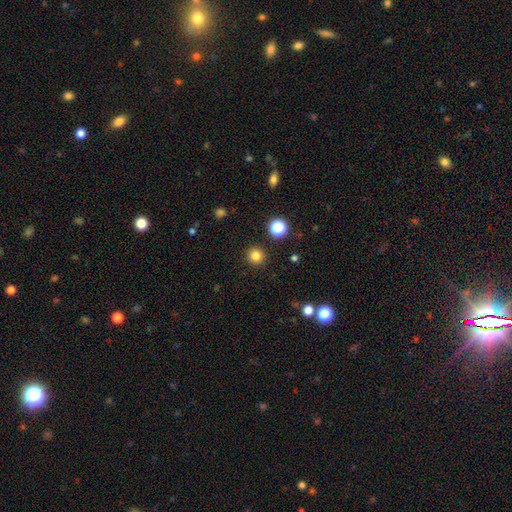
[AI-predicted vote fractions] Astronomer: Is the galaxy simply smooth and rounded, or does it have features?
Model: smooth — 82%.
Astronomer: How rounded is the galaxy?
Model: round — 95%.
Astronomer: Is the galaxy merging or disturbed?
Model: none — 92%.